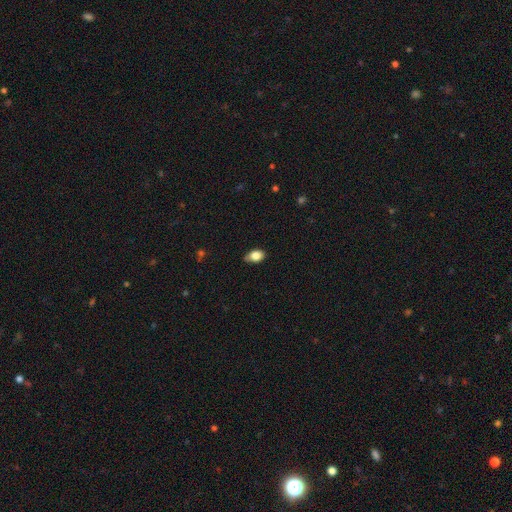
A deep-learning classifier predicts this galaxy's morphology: smooth_or_featured: smooth (p=0.83) [alt: featured or disk p=0.09]
how_rounded: in between (p=0.83) [alt: round p=0.15]
merging: none (p=0.70) [alt: minor disturbance p=0.25]